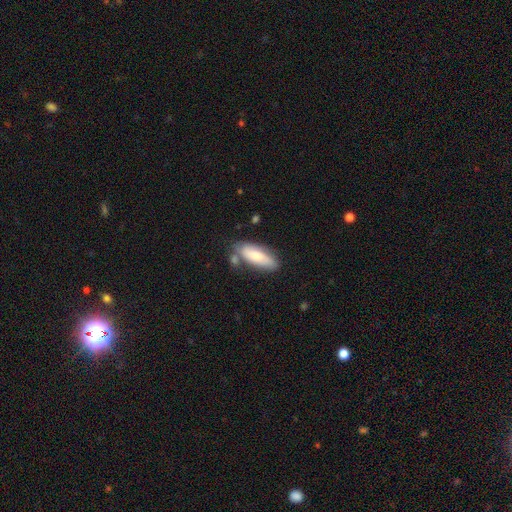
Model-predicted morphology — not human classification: smooth_or_featured: smooth (p=0.73) [alt: featured or disk p=0.22]
how_rounded: in between (p=0.66) [alt: cigar-shaped p=0.32]
merging: none (p=0.65) [alt: minor disturbance p=0.19]